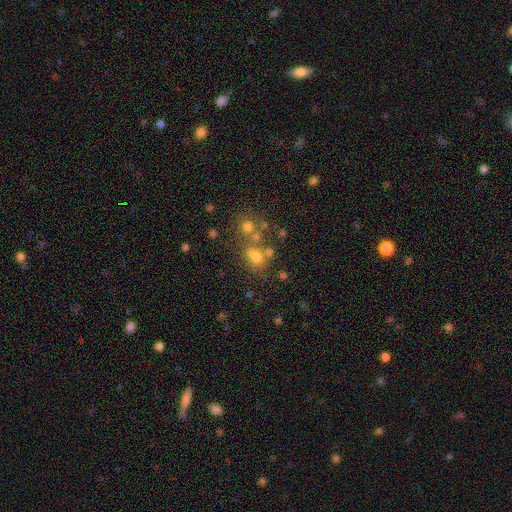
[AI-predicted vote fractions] smooth_or_featured: smooth (p=0.59) [alt: star or artifact p=0.24]
how_rounded: round (p=0.57) [alt: in between p=0.41]
merging: none (p=0.46) [alt: merger p=0.33]